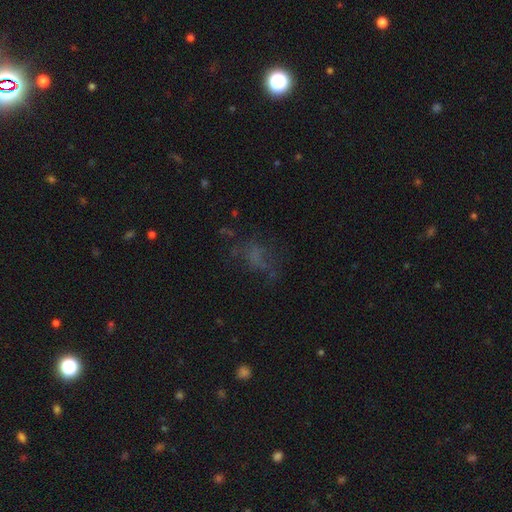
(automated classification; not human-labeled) smooth_or_featured: smooth (p=0.41) [alt: star or artifact p=0.30]
merging: none (p=0.47) [alt: major disturbance p=0.30]